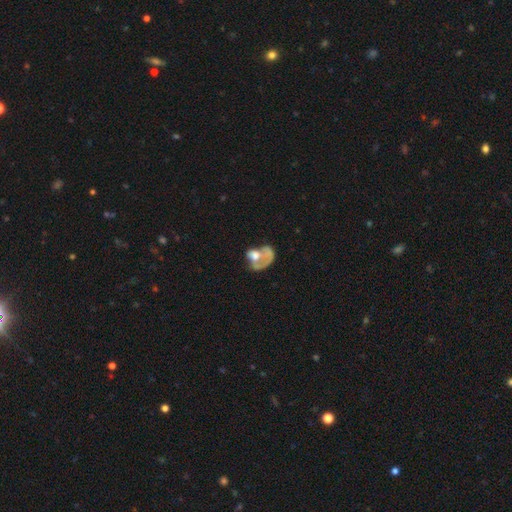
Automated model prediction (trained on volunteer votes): Smooth or featured? Predicted: featured or disk (p=0.48). Merging? Predicted: major disturbance (p=0.43).